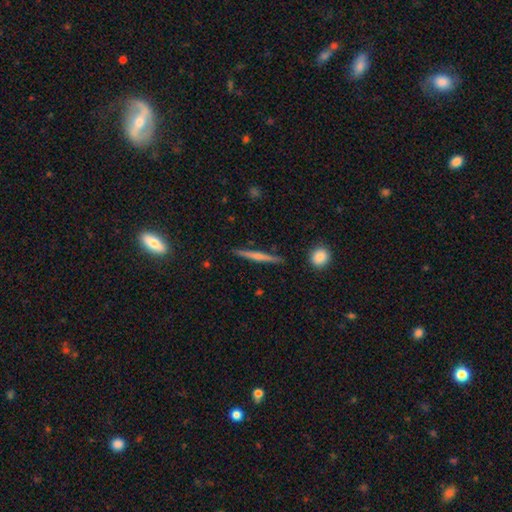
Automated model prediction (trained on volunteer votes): Smooth or featured?
  - featured or disk: 63% *
  - smooth: 27%
  - star or artifact: 10%
Edge-on disk?
  - yes: 96% *
  - no: 4%
Edge-on bulge?
  - rounded: 63% *
  - none: 29%
  - boxy: 9%
Merging?
  - none: 89% *
  - minor disturbance: 7%
  - major disturbance: 2%
  - merger: 2%